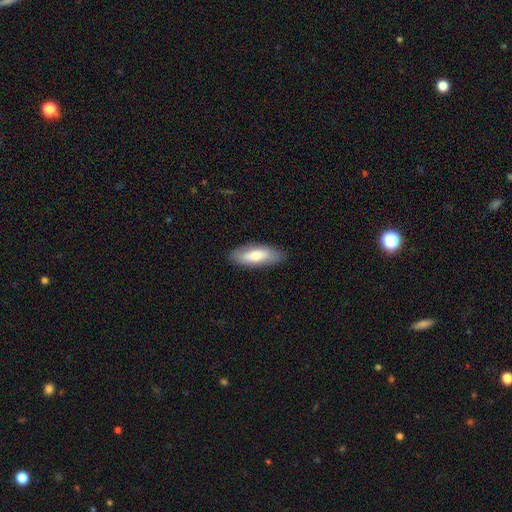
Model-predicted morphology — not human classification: The model was most divided on "how rounded": in between: 72%, cigar-shaped: 26%, round: 2%. More confident: merging — none (86%); smooth or featured — smooth (71%).